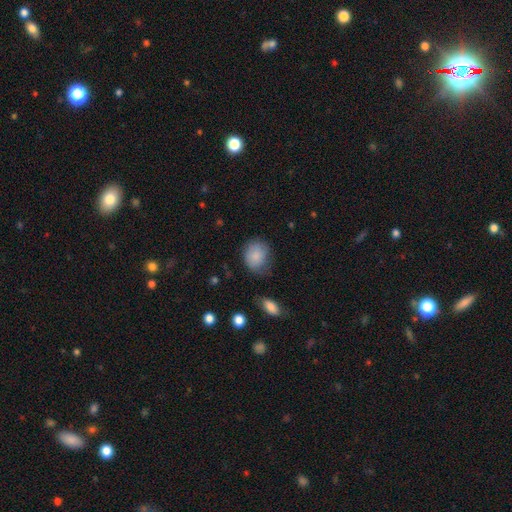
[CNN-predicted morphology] Q: Smooth or featured?
A: smooth (84%); runner-up: featured or disk (9%)
Q: How rounded?
A: round (55%); runner-up: in between (44%)
Q: Merging?
A: none (60%); runner-up: minor disturbance (28%)